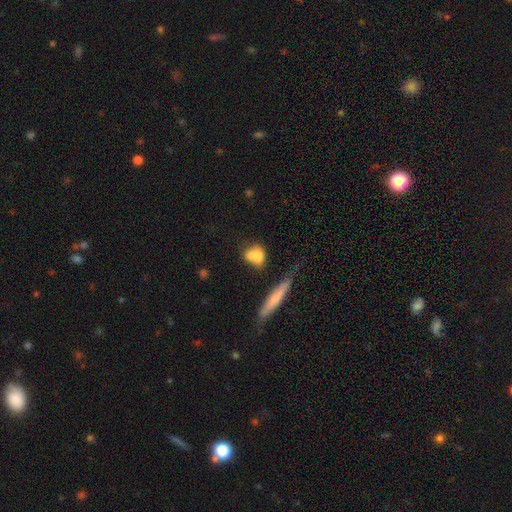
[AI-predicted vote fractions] This is likely a smooth galaxy (71%). How rounded: possibly in between (53%). Merging: marginally merger (42%).